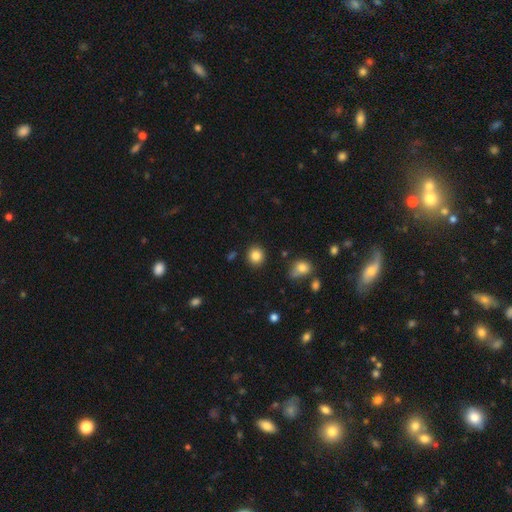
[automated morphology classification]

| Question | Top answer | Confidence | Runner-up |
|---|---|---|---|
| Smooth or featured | smooth | 85% | star or artifact (10%) |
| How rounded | round | 87% | in between (13%) |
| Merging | none | 88% | minor disturbance (7%) |